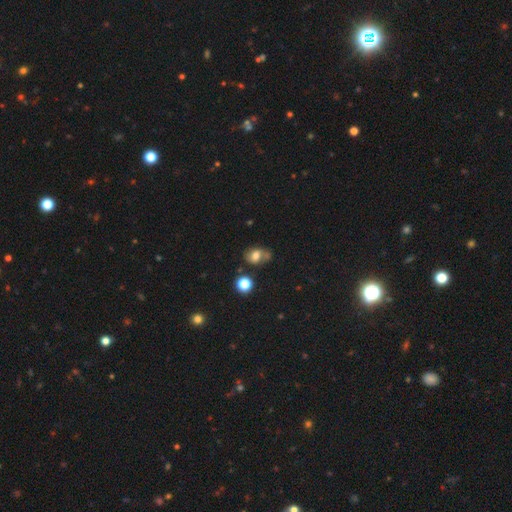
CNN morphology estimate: The model was most divided on "how rounded": in between: 60%, round: 39%, cigar-shaped: 1%. More confident: smooth or featured — smooth (68%); merging — none (52%).